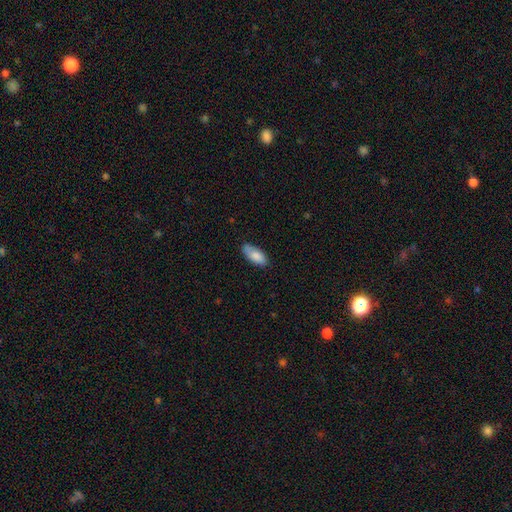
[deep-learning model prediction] Overall: smooth (85%). How rounded: in between (87%). Merging: none (78%).